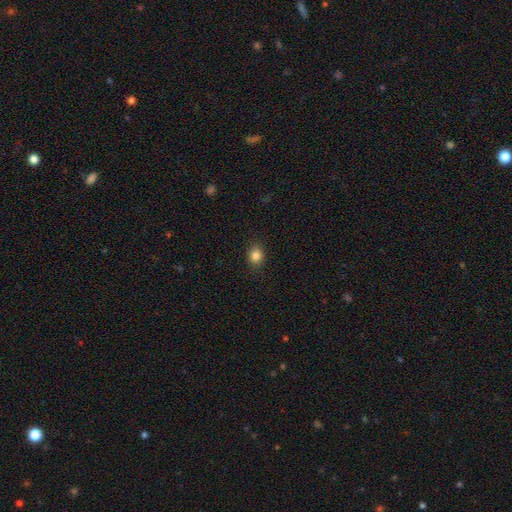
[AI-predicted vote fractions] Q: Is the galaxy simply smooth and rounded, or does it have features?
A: smooth — 84%.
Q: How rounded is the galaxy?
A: round — 62%.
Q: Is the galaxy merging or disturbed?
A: none — 89%.